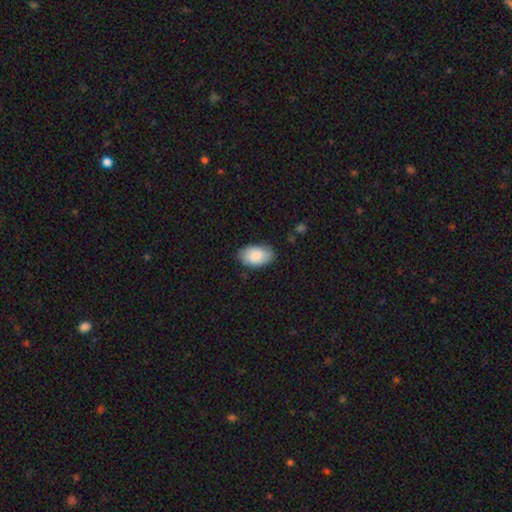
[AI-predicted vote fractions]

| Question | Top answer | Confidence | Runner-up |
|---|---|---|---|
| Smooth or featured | smooth | 85% | featured or disk (9%) |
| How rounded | in between | 93% | round (6%) |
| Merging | none | 80% | minor disturbance (16%) |